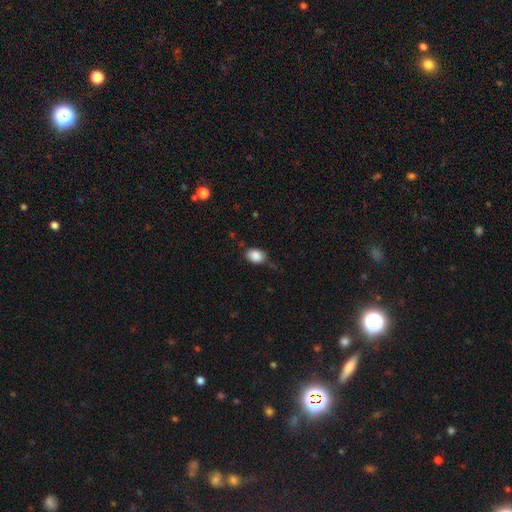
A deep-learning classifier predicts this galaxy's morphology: A smooth galaxy with no disk features (86%) that is in between round and cigar-shaped (72%).

Vote fractions:
- Smooth or featured? smooth: 86% / star or artifact: 8% / featured or disk: 6%
- How rounded? in between: 72% / round: 27% / cigar-shaped: 1%
- Merging? none: 61% / minor disturbance: 28% / major disturbance: 8% / merger: 3%